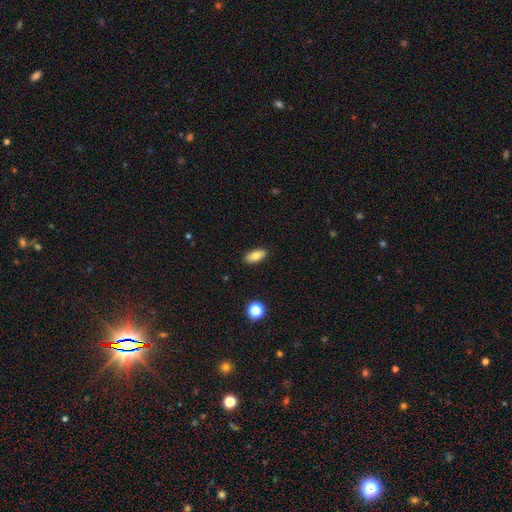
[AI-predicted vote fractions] Overall: smooth (79%). How rounded: in between (86%). Merging: none (88%).